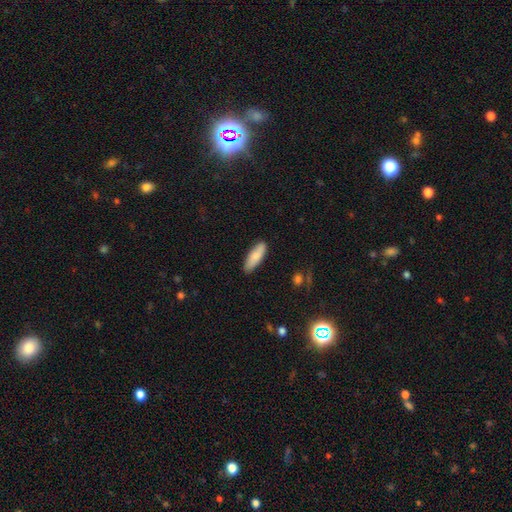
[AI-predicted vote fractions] Smooth or featured: smooth — 81% (featured or disk — 13%)
How rounded: in between — 54% (cigar-shaped — 44%)
Merging: none — 84% (minor disturbance — 12%)